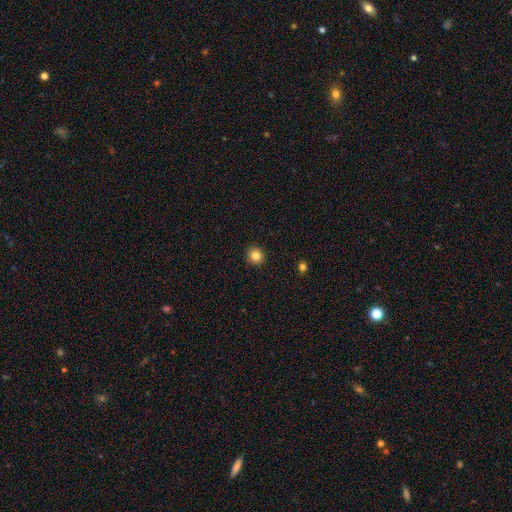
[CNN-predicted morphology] The model was most divided on "smooth or featured": smooth: 83%, star or artifact: 11%, featured or disk: 6%. More confident: merging — none (92%); how rounded — round (89%).